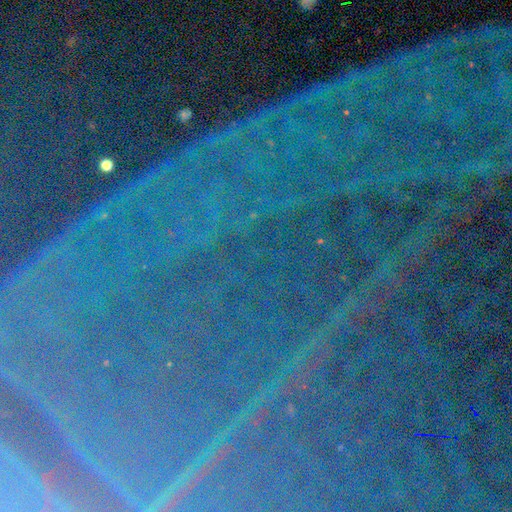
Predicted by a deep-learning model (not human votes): star or artifact 88%, featured or disk 6%, smooth 5%.